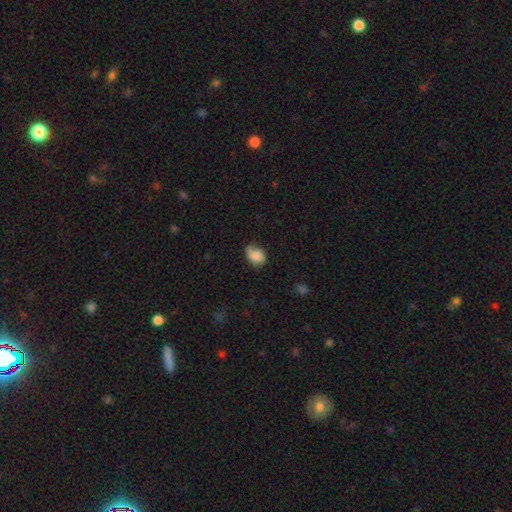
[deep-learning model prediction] Smooth or featured?
  - smooth: 78% *
  - featured or disk: 14%
  - star or artifact: 8%
How rounded?
  - in between: 62% *
  - round: 37%
  - cigar-shaped: 1%
Merging?
  - none: 48% *
  - minor disturbance: 37%
  - major disturbance: 13%
  - merger: 2%